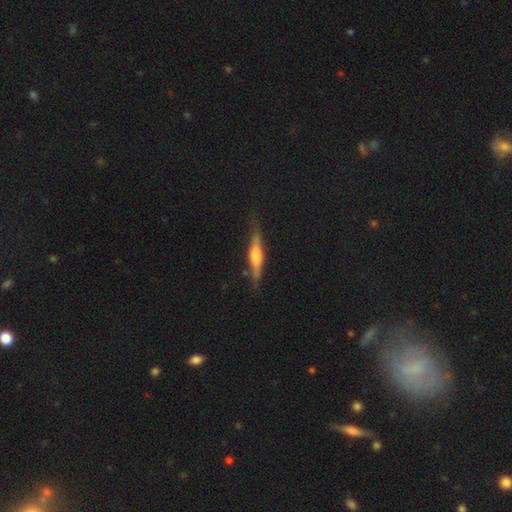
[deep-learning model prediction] A featured or disk galaxy (65%) viewed edge-on (96%) with a rounded central bulge (70%).

Vote fractions:
- Smooth or featured? featured or disk: 65% / smooth: 29% / star or artifact: 6%
- Edge-on disk? yes: 96% / no: 4%
- Edge-on bulge? rounded: 70% / boxy: 23% / none: 8%
- Merging? none: 79% / minor disturbance: 16% / major disturbance: 4% / merger: 2%